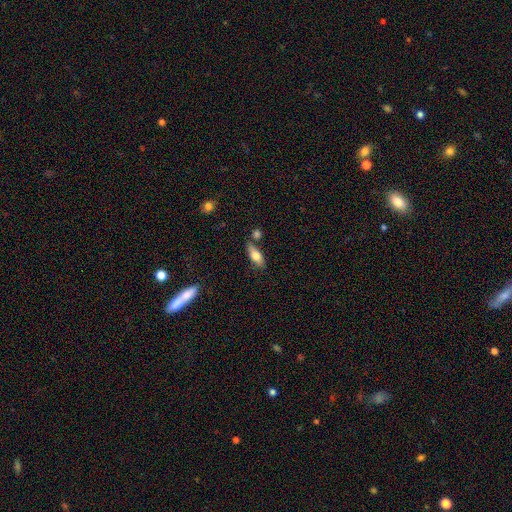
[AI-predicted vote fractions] Morphology: type=smooth (70%); roundness=in between (70%); merging=none (69%).